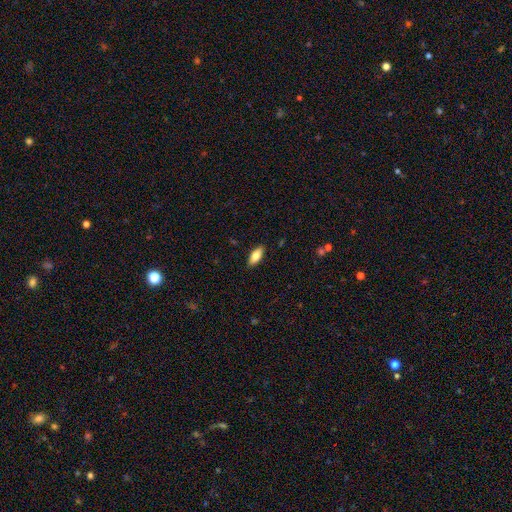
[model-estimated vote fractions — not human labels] A smooth galaxy with no disk features (82%) that is in between round and cigar-shaped (85%).

Vote fractions:
- Smooth or featured? smooth: 82% / featured or disk: 12% / star or artifact: 7%
- How rounded? in between: 85% / cigar-shaped: 13% / round: 2%
- Merging? none: 88% / minor disturbance: 9% / major disturbance: 2% / merger: 1%